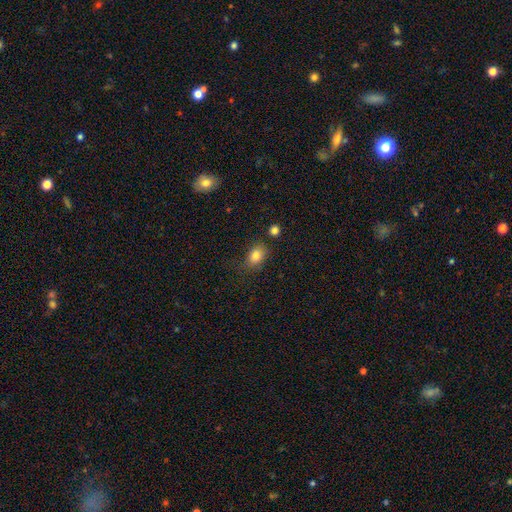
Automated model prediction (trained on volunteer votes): Morphology: type=smooth (83%); roundness=in between (73%); merging=none (73%).